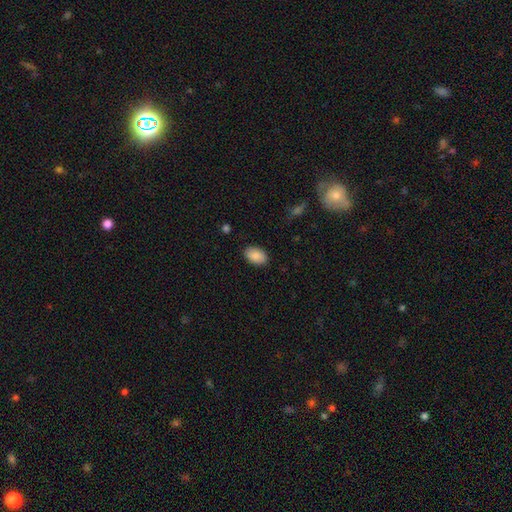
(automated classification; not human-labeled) smooth 89%, star or artifact 7%, featured or disk 4%. Down the decision tree: how rounded — in between (91%); merging — none (87%).